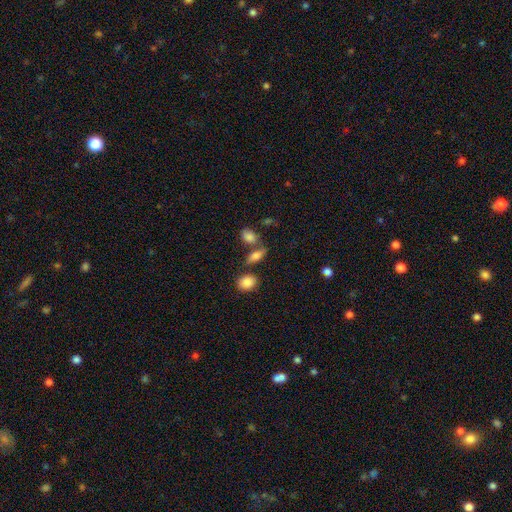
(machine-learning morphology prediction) The model was most divided on "merging": none: 60%, merger: 22%, minor disturbance: 13%, major disturbance: 5%. More confident: how rounded — in between (78%); smooth or featured — smooth (77%).